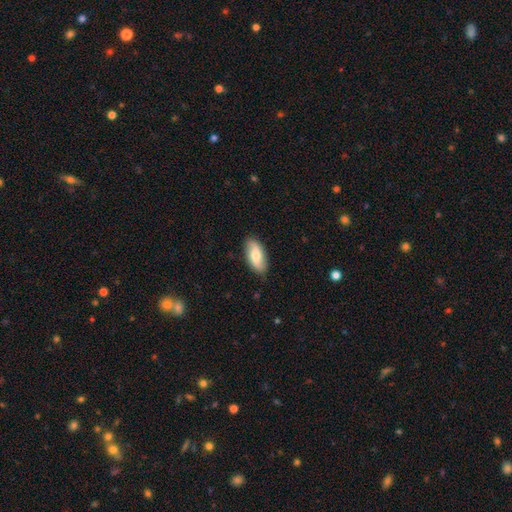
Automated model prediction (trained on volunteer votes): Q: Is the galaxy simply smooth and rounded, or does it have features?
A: smooth — 63%.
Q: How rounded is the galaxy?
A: in between — 88%.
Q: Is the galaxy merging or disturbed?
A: none — 85%.